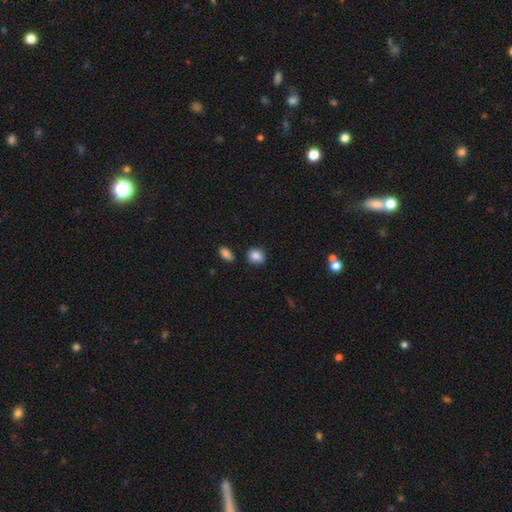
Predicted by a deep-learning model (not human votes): Overall: smooth (86%). How rounded: round (73%). Merging: none (80%).